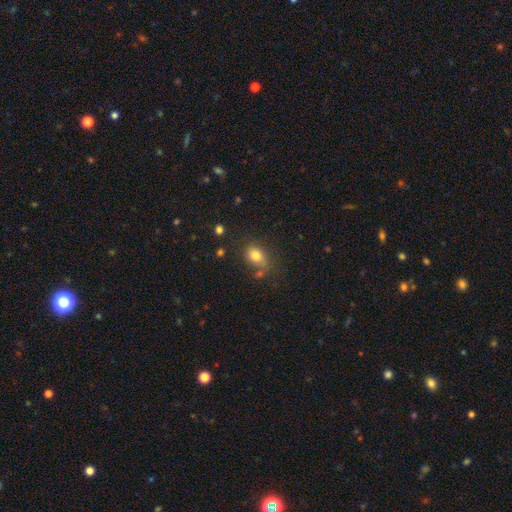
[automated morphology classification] smooth 80%, star or artifact 10%, featured or disk 9%. Down the decision tree: how rounded — in between (75%); merging — none (63%).